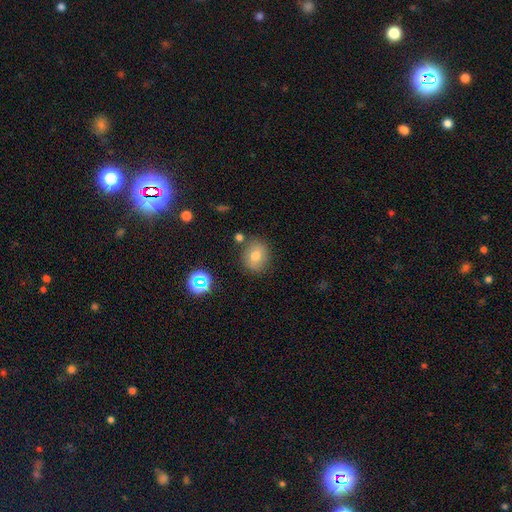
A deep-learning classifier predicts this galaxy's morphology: smooth_or_featured: smooth (p=0.73) [alt: star or artifact p=0.14]
how_rounded: round (p=0.61) [alt: in between p=0.38]
merging: none (p=0.80) [alt: minor disturbance p=0.12]